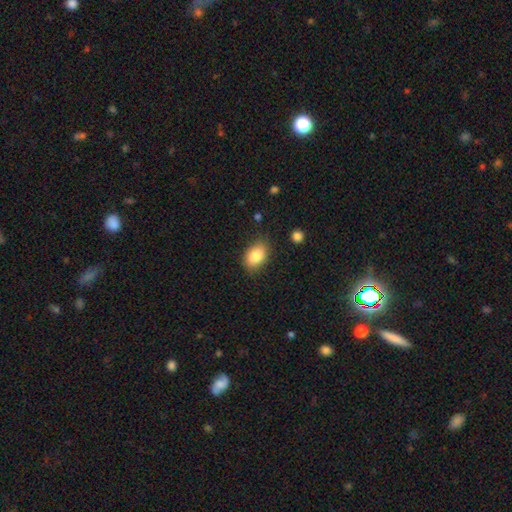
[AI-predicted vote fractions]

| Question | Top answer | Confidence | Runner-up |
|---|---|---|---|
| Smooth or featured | smooth | 85% | star or artifact (8%) |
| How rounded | in between | 83% | round (16%) |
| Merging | none | 81% | minor disturbance (14%) |